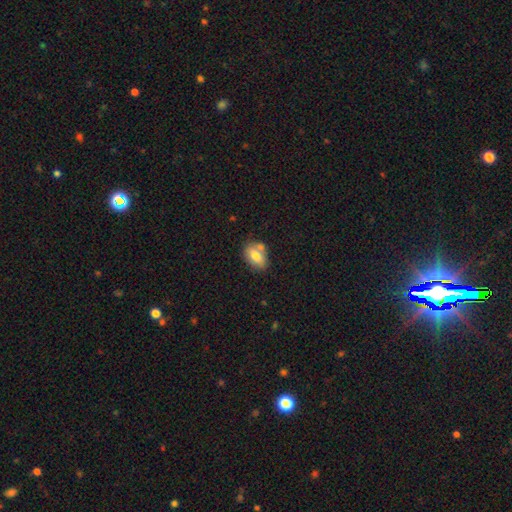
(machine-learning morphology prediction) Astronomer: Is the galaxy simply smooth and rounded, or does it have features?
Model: smooth — 74%.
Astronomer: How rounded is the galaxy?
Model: in between — 84%.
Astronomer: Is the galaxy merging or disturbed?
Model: none — 58%.